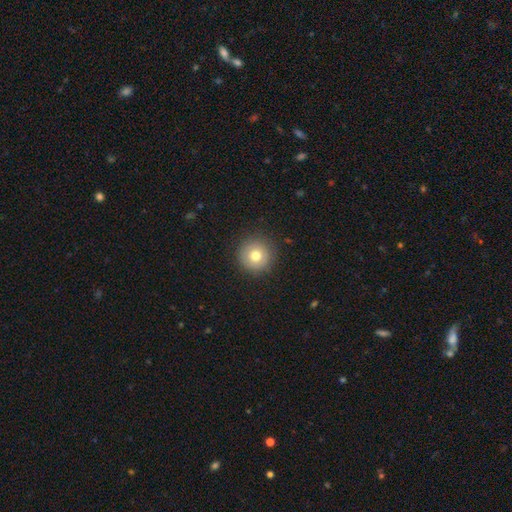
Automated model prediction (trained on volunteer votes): A smooth galaxy with no disk features (73%) that is round (96%). Merging: none (90%).